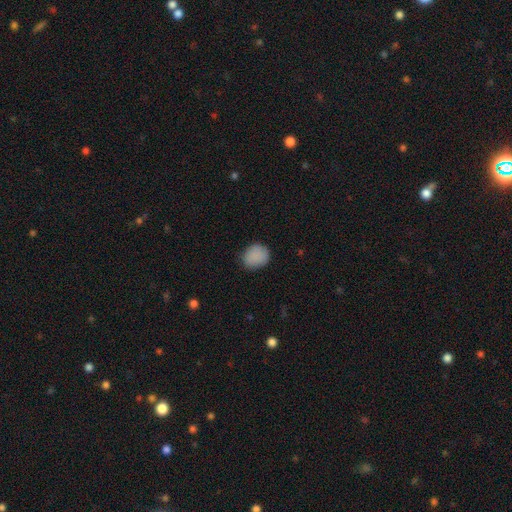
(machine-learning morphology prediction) smooth-or-featured: smooth: 88% | star or artifact: 8% | featured or disk: 4%
  how-rounded: round: 69% | in between: 30% | cigar-shaped: 1%
  merging: none: 82% | minor disturbance: 14% | major disturbance: 3% | merger: 1%